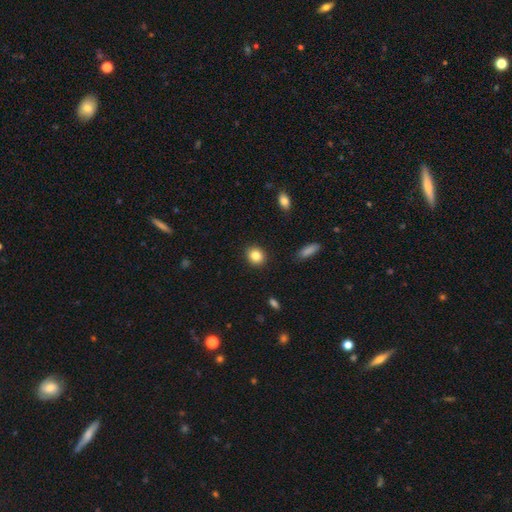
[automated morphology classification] The model was most divided on "how rounded": round: 75%, in between: 24%, cigar-shaped: 1%. More confident: merging — none (91%); smooth or featured — smooth (84%).